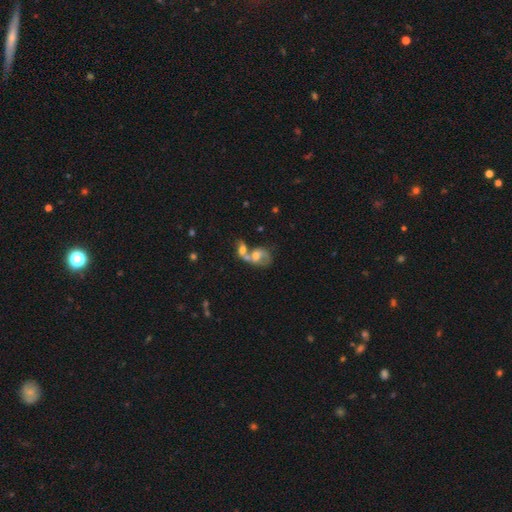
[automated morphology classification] A featured or disk galaxy (50%).

Vote fractions:
- Smooth or featured? featured or disk: 50% / smooth: 39% / star or artifact: 11%
- Edge-on disk? no: 96% / yes: 4%
- Merging? merger: 70% / none: 15% / major disturbance: 8% / minor disturbance: 7%